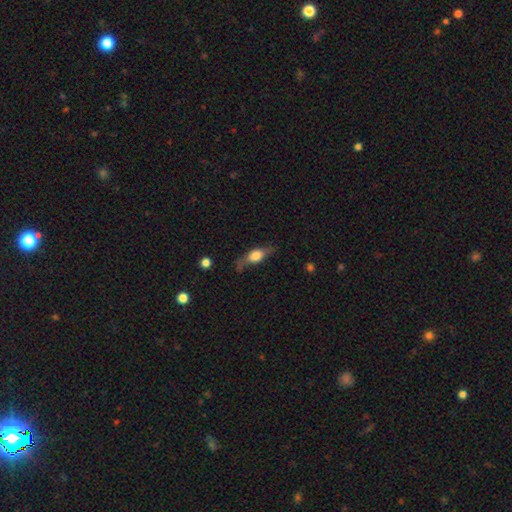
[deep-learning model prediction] smooth-or-featured: smooth: 50% | featured or disk: 43% | star or artifact: 8%
  merging: none: 58% | minor disturbance: 26% | major disturbance: 13% | merger: 3%